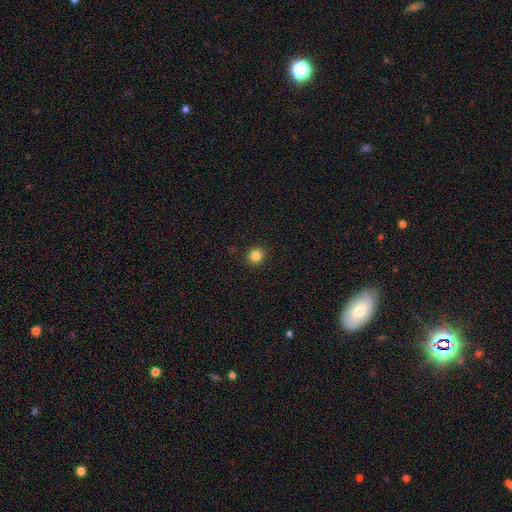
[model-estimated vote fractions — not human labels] This is clearly a smooth galaxy (83%). How rounded: clearly round (87%). Merging: clearly none (92%).